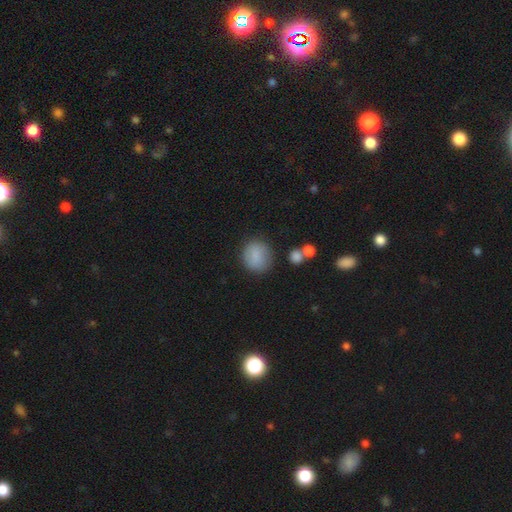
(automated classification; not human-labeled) Overall: smooth (84%). How rounded: round (81%). Merging: none (80%).